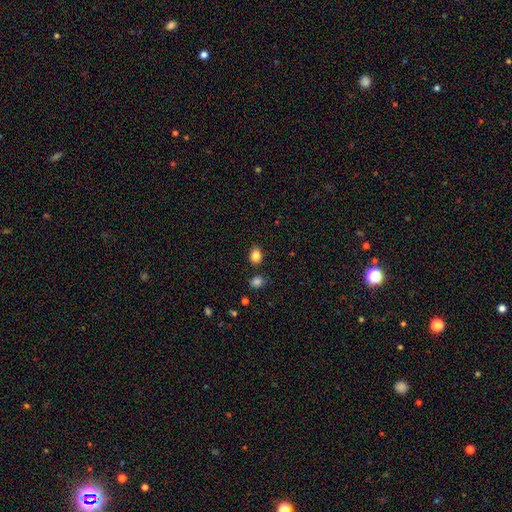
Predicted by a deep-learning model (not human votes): Q: Smooth or featured?
A: smooth (85%); runner-up: star or artifact (10%)
Q: How rounded?
A: in between (62%); runner-up: round (37%)
Q: Merging?
A: none (82%); runner-up: minor disturbance (10%)